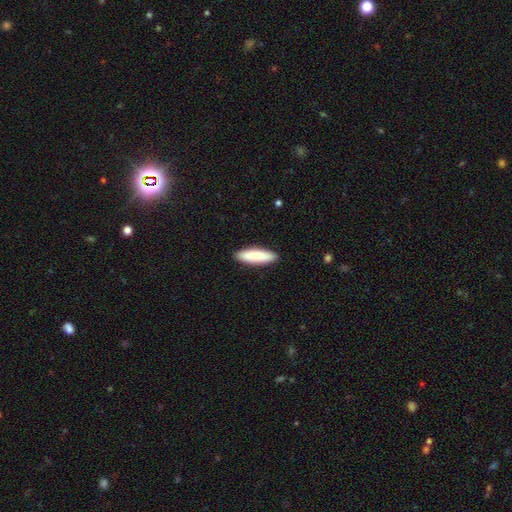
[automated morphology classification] Smooth or featured?
  - smooth: 87% *
  - featured or disk: 7%
  - star or artifact: 5%
How rounded?
  - cigar-shaped: 59% *
  - in between: 39%
  - round: 2%
Merging?
  - none: 90% *
  - minor disturbance: 8%
  - major disturbance: 2%
  - merger: 1%